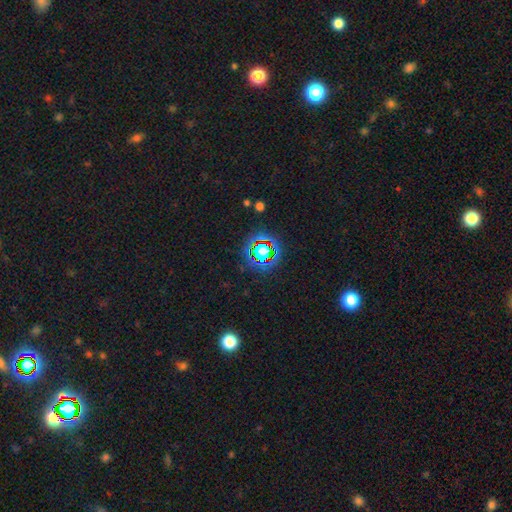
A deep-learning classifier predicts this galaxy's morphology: Smooth or featured? Predicted: star or artifact (p=0.79).